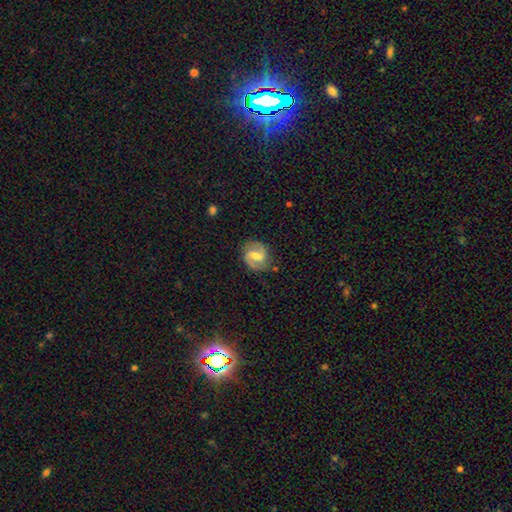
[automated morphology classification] Smooth or featured? Predicted: featured or disk (p=0.83). Edge-on disk? Predicted: no (p=0.98). Bar? Predicted: weak (p=0.54). Spiral arms? Predicted: yes (p=0.96). Spiral winding? Predicted: medium (p=0.54). Spiral arm count? Predicted: 2 (p=0.93). Bulge size? Predicted: moderate (p=0.54). Merging? Predicted: none (p=0.83).